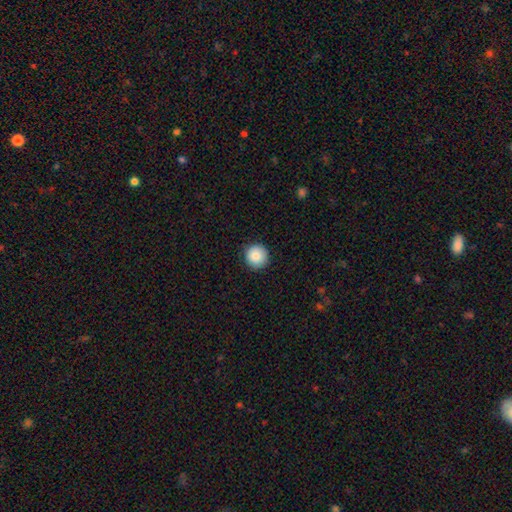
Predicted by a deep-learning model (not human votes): Q: Smooth or featured?
A: smooth (87%); runner-up: star or artifact (8%)
Q: How rounded?
A: round (96%); runner-up: in between (3%)
Q: Merging?
A: none (91%); runner-up: minor disturbance (7%)